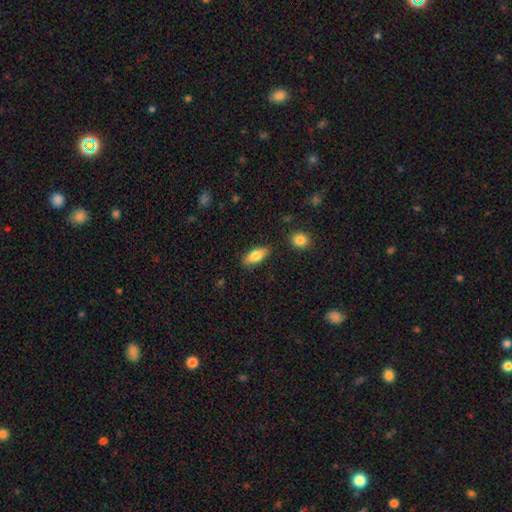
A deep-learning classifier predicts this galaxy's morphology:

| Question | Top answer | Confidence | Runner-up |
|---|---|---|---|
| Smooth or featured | smooth | 82% | featured or disk (11%) |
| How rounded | in between | 84% | cigar-shaped (14%) |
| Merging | none | 85% | minor disturbance (10%) |